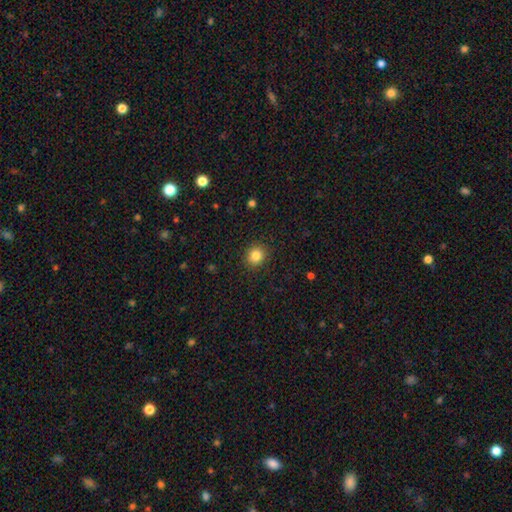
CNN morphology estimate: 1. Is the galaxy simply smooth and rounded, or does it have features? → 84% smooth, 11% star or artifact, 5% featured or disk.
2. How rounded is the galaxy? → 82% round, 17% in between, 1% cigar-shaped.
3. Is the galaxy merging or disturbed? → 91% none, 6% minor disturbance, 2% major disturbance, 1% merger.